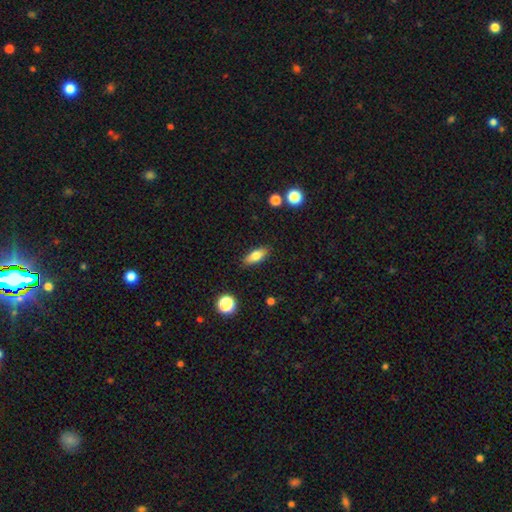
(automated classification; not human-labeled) The model was most divided on "how rounded": in between: 72%, cigar-shaped: 24%, round: 4%. More confident: merging — none (88%); smooth or featured — smooth (74%).